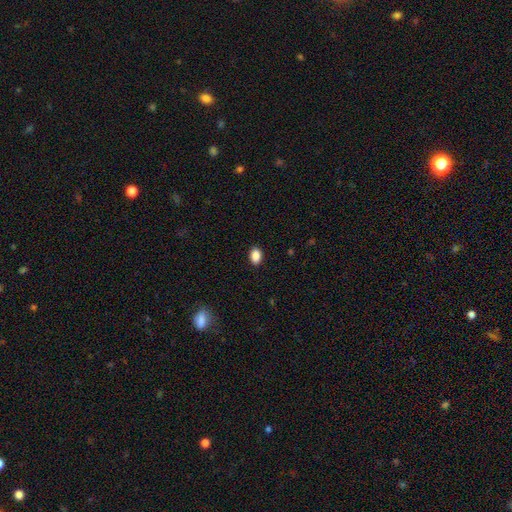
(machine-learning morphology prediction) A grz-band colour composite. It shows a smooth galaxy with no disk features (88%) that is in between round and cigar-shaped (81%). Merging: none (89%).